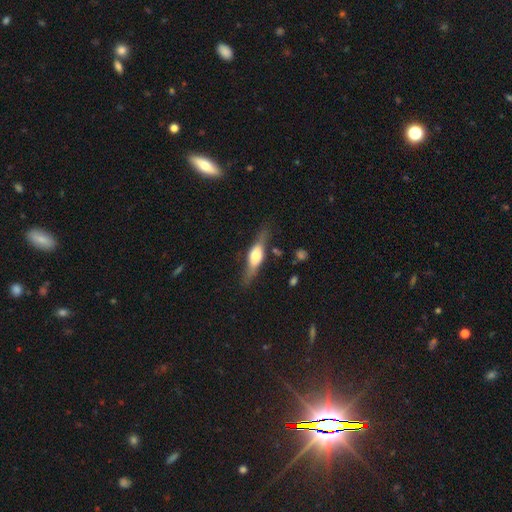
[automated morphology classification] This is possibly a featured or disk galaxy (60%). It is clearly viewed edge-on (93%). Edge-on bulge: clearly rounded (84%). Merging: likely none (78%).